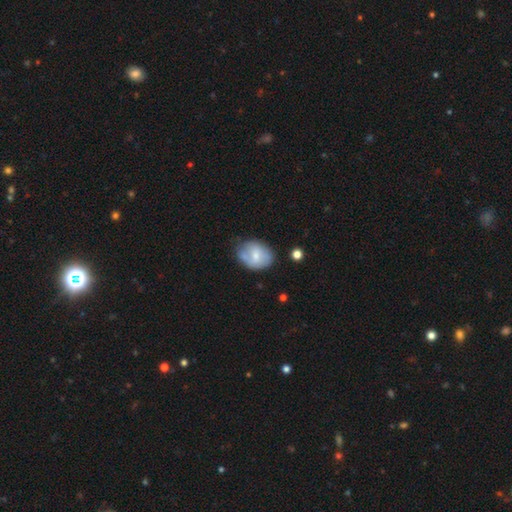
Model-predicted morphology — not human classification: Smooth or featured? Predicted: smooth (p=0.59). How rounded? Predicted: in between (p=0.62). Merging? Predicted: none (p=0.56).